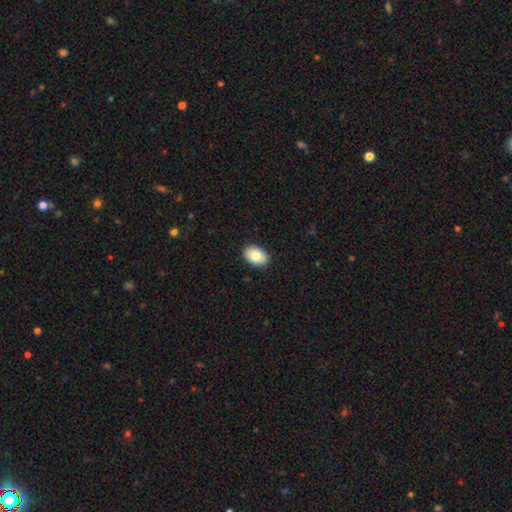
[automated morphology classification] Smooth or featured? Predicted: smooth (p=0.82). How rounded? Predicted: in between (p=0.86). Merging? Predicted: none (p=0.90).